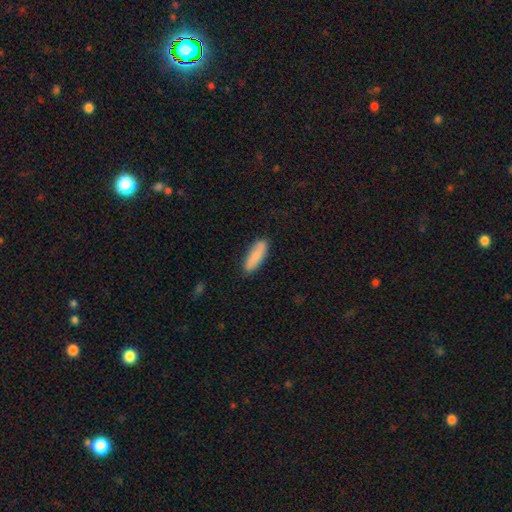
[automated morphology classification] smooth_or_featured: smooth (p=0.84) [alt: featured or disk p=0.11]
how_rounded: in between (p=0.53) [alt: cigar-shaped p=0.46]
merging: none (p=0.84) [alt: minor disturbance p=0.13]